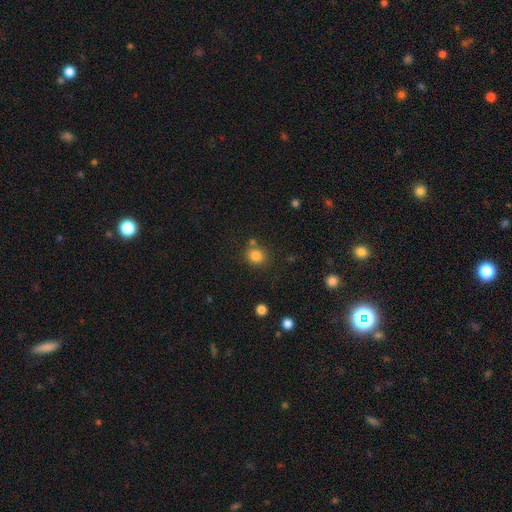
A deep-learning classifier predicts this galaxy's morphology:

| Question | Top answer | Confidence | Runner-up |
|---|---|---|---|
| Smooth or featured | smooth | 83% | star or artifact (12%) |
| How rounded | round | 82% | in between (17%) |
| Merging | none | 76% | merger (11%) |